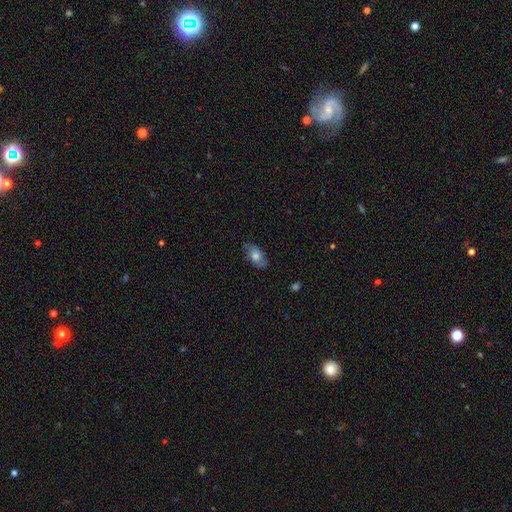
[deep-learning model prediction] Morphology: type=smooth (60%); roundness=in between (89%); merging=none (77%).